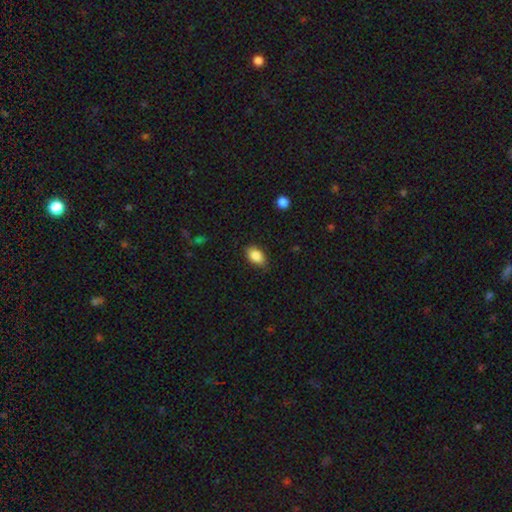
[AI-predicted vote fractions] smooth 86%, star or artifact 8%, featured or disk 7%. Down the decision tree: how rounded — in between (89%); merging — none (82%).